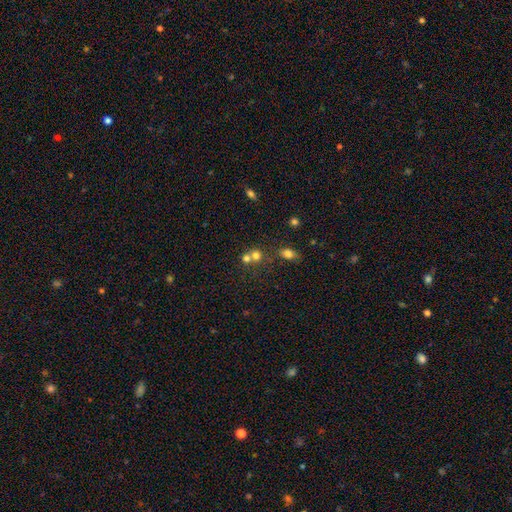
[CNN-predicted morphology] Smooth or featured? smooth (70%)
How rounded? round (80%)
Merging? merger (47%)